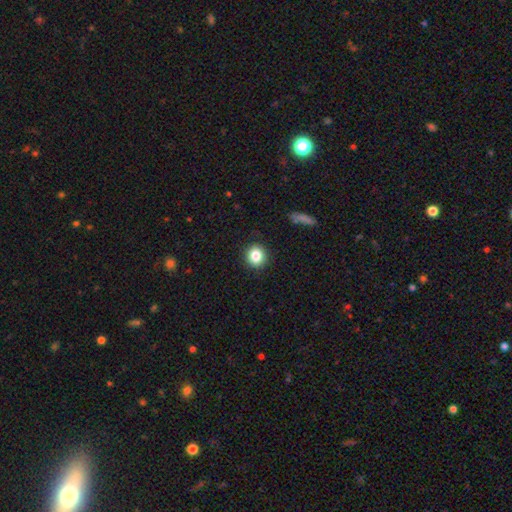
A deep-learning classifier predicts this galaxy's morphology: A smooth galaxy with no disk features (84%) that is round (83%).

Vote fractions:
- Smooth or featured? smooth: 84% / star or artifact: 10% / featured or disk: 6%
- How rounded? round: 83% / in between: 16% / cigar-shaped: 1%
- Merging? none: 90% / minor disturbance: 7% / major disturbance: 2% / merger: 1%